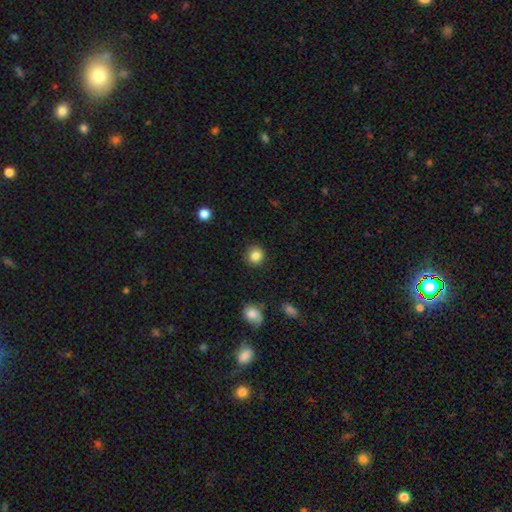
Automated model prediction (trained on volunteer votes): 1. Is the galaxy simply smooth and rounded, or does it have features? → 86% smooth, 10% star or artifact, 4% featured or disk.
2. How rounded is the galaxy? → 86% round, 13% in between, 1% cigar-shaped.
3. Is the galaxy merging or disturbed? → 88% none, 8% minor disturbance, 2% major disturbance, 2% merger.